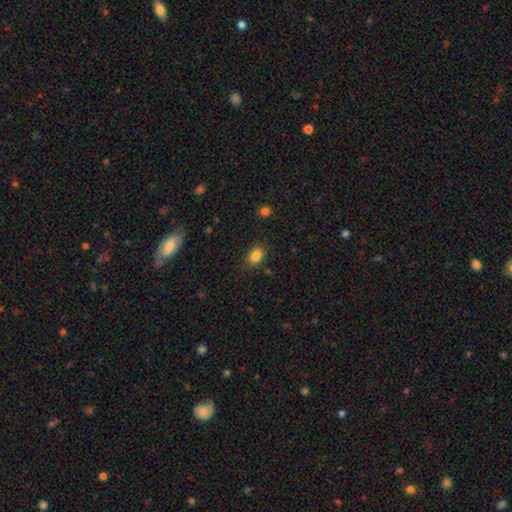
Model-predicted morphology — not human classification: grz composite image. It shows a smooth galaxy with no disk features (84%) that is in between round and cigar-shaped (67%). Merging: none (82%).